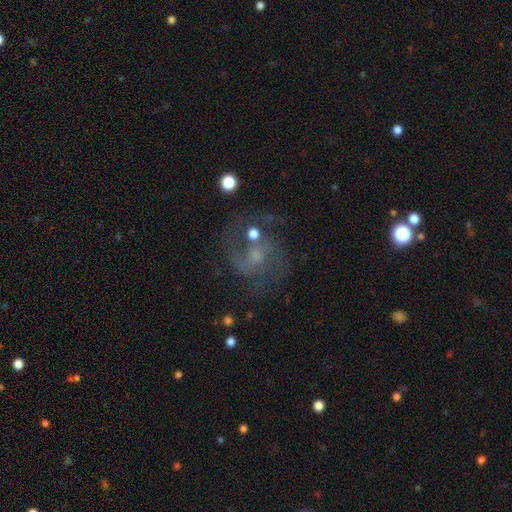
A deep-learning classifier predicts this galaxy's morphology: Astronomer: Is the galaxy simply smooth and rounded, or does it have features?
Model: featured or disk — 72%.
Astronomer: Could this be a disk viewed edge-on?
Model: no — 98%.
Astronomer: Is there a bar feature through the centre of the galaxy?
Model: no — 59% (runner-up: weak, 36%).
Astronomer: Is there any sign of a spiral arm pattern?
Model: yes — 90%.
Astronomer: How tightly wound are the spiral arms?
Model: medium — 53%.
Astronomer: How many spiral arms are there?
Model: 2 — 69%.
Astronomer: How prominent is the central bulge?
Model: small — 45% (runner-up: moderate, 37%).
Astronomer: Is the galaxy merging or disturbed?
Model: none — 60%.